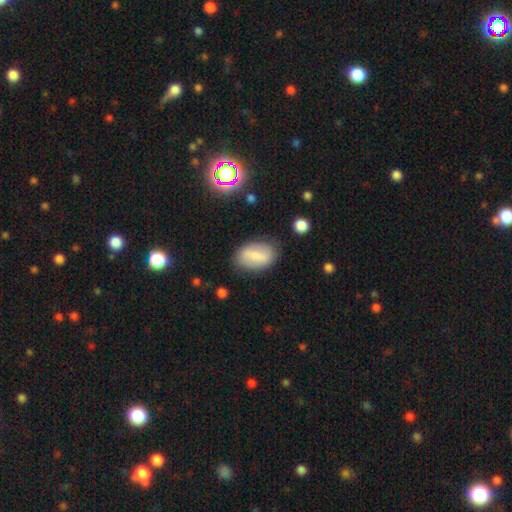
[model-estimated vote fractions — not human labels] The model was most divided on "smooth or featured": smooth: 65%, featured or disk: 27%, star or artifact: 8%. More confident: how rounded — in between (90%); merging — none (80%).